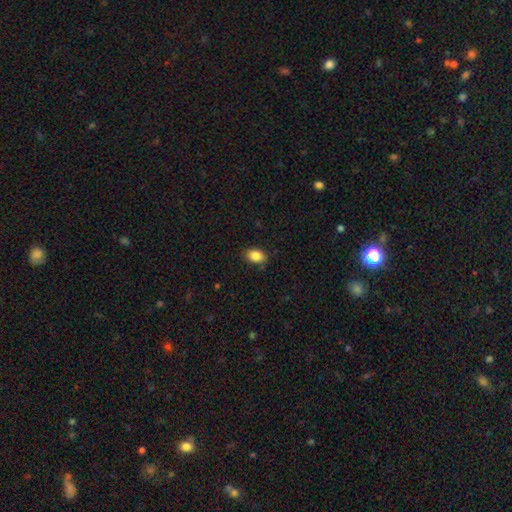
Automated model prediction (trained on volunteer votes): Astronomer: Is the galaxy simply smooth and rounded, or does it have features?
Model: smooth — 87%.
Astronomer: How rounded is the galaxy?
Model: in between — 84%.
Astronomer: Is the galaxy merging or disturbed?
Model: none — 83%.